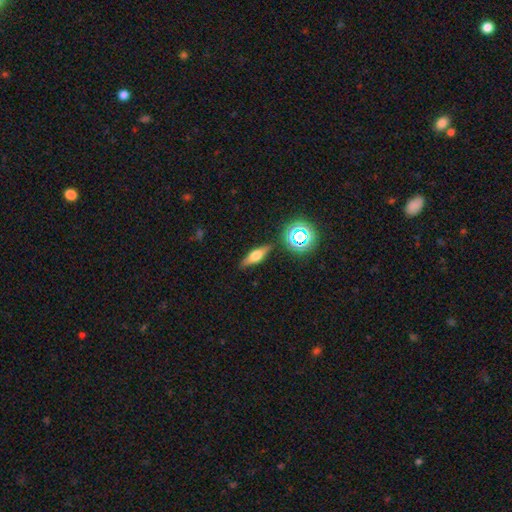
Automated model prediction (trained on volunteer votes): Smooth or featured? Predicted: featured or disk (p=0.50). Merging? Predicted: none (p=0.86).